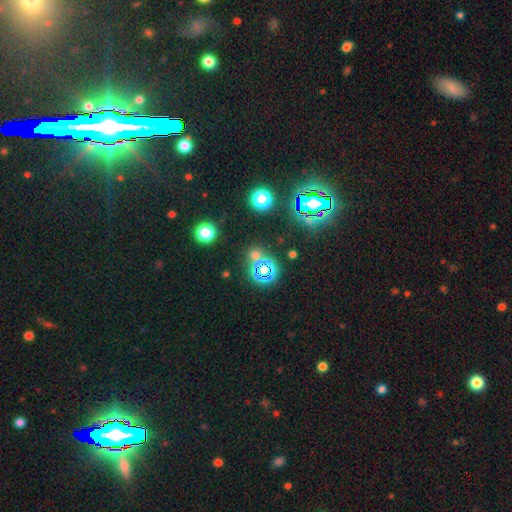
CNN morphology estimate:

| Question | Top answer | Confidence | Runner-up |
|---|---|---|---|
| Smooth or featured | star or artifact | 47% | smooth (45%) |